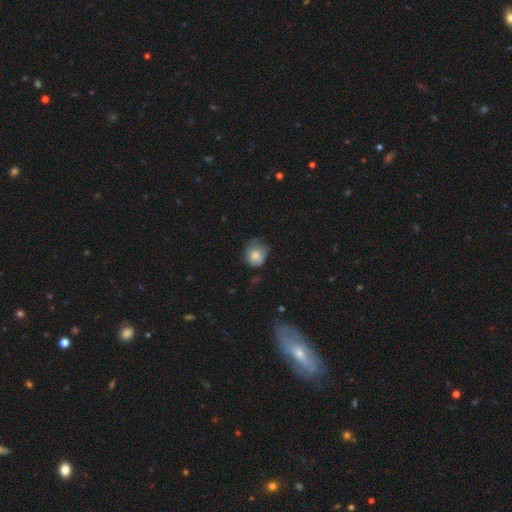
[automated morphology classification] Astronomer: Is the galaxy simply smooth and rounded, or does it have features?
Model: smooth — 77%.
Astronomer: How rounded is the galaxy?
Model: round — 75%.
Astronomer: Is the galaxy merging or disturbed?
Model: none — 48% (runner-up: minor disturbance, 36%).